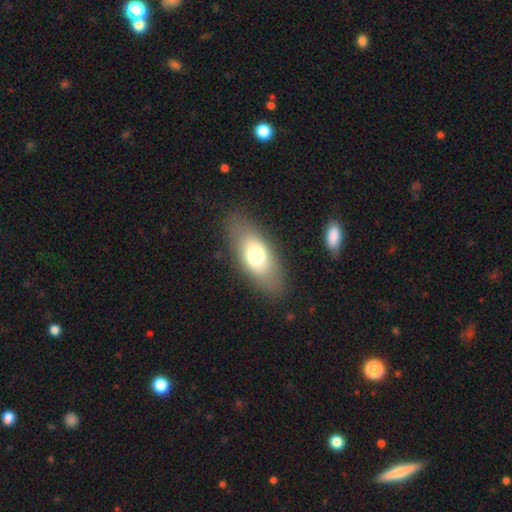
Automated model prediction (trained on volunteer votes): Q: Smooth or featured?
A: smooth (65%); runner-up: featured or disk (26%)
Q: How rounded?
A: in between (85%); runner-up: cigar-shaped (9%)
Q: Merging?
A: none (83%); runner-up: minor disturbance (11%)